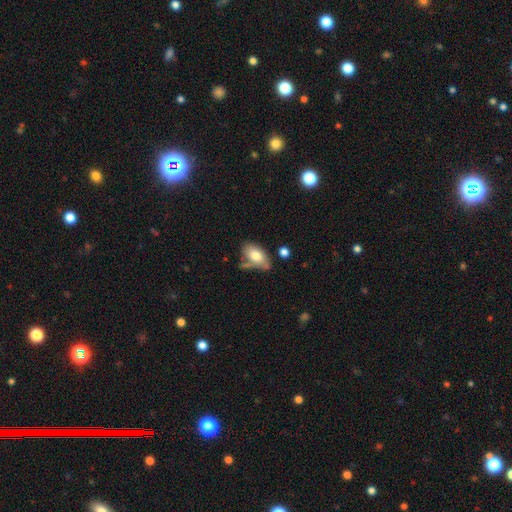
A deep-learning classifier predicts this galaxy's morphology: Overall: smooth (74%). How rounded: in between (91%). Merging: none (51%; minor disturbance 24%).